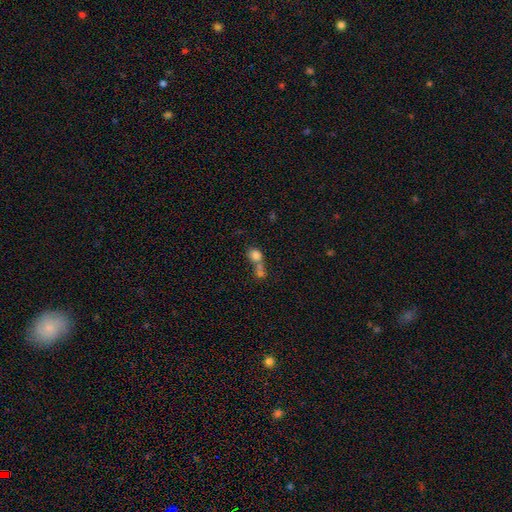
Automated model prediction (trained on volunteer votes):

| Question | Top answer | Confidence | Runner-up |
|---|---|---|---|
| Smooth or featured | smooth | 78% | featured or disk (11%) |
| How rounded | round | 66% | in between (32%) |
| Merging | merger | 61% | none (27%) |